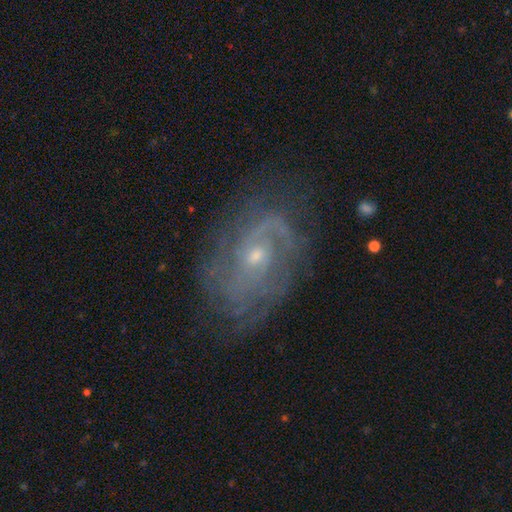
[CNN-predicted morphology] smooth-or-featured: featured or disk: 82% | smooth: 10% | star or artifact: 8%
  disk-edge-on: no: 96% | yes: 4%
    bar: no: 65% | weak: 29% | strong: 5%
    has-spiral-arms: yes: 90% | no: 10%
      spiral-winding: tight: 40% (tied) | medium: 40% (tied) | loose: 20%
      spiral-arm-count: 2: 43% | can't tell: 31% | 3: 9% | 1: 9% | 4: 4% | more than 4: 4%
    bulge-size: small: 64% | moderate: 33% | none: 1% | large: 1% | dominant: 1%
  merging: none: 67% | minor disturbance: 20% | major disturbance: 11% | merger: 2%